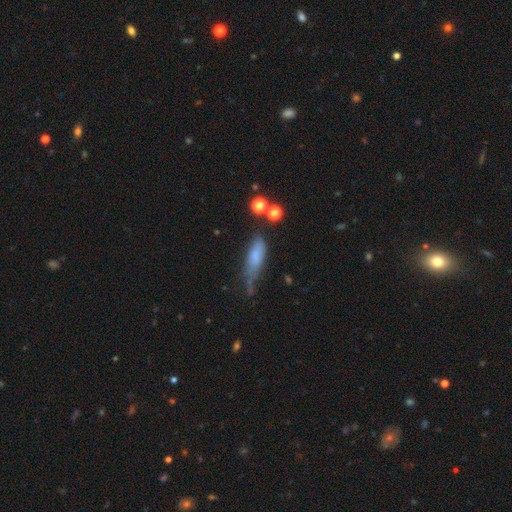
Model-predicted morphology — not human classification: The model was most divided on "merging": none: 38%, minor disturbance: 37%, major disturbance: 18%, merger: 7%. More confident: smooth or featured — smooth (71%); how rounded — in between (52%).